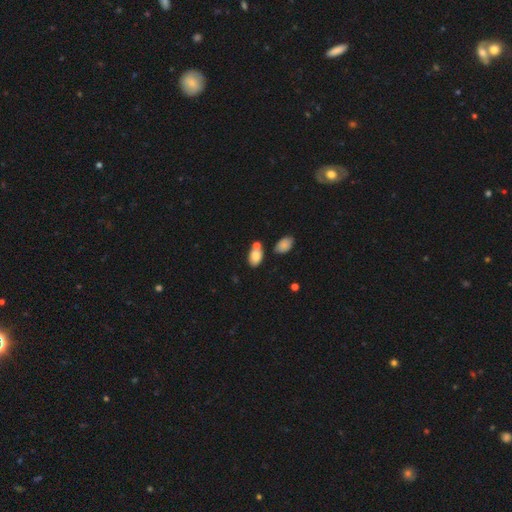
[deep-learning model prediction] A smooth galaxy with no disk features (81%) that is in between round and cigar-shaped (85%). Merging: none (50%).